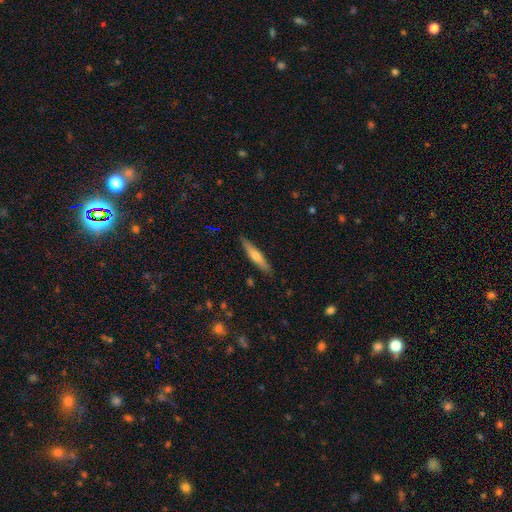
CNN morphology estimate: featured or disk 47%, smooth 46%, star or artifact 7%. Down the decision tree: merging — none (89%).